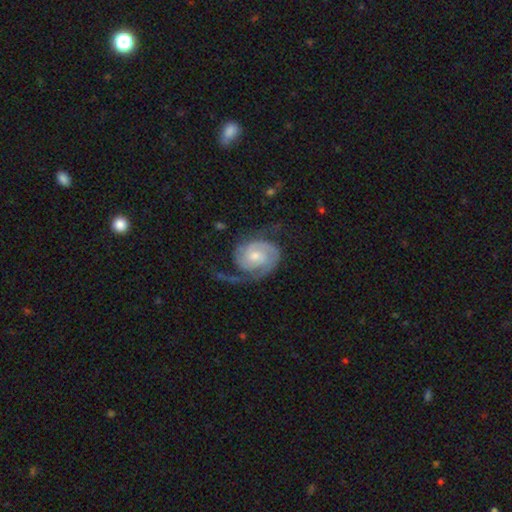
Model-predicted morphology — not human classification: smooth_or_featured: featured or disk (p=0.87) [alt: smooth p=0.08]
disk_edge_on: no (p=0.98) [alt: yes p=0.02]
bar: no (p=0.62) [alt: weak p=0.32]
has_spiral_arms: yes (p=0.97) [alt: no p=0.03]
spiral_winding: tight (p=0.57) [alt: medium p=0.32]
spiral_arm_count: 2 (p=0.68) [alt: can't tell p=0.09]
bulge_size: moderate (p=0.51) [alt: small p=0.41]
merging: none (p=0.57) [alt: major disturbance p=0.22]